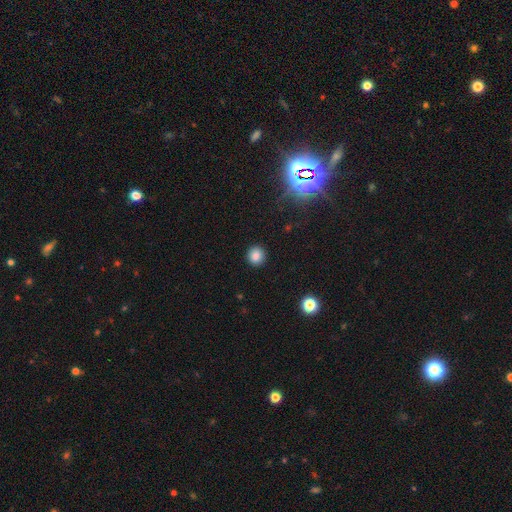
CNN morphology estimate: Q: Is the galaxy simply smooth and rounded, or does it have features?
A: smooth — 85%.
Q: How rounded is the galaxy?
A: round — 90%.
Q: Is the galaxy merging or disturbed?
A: none — 92%.